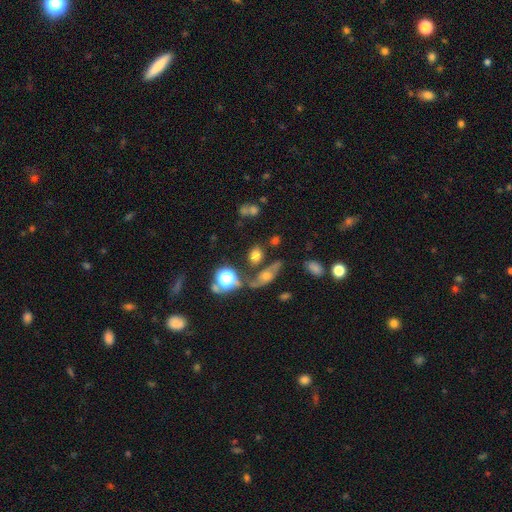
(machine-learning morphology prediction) Smooth or featured? Predicted: smooth (p=0.67). How rounded? Predicted: in between (p=0.53). Merging? Predicted: none (p=0.60).